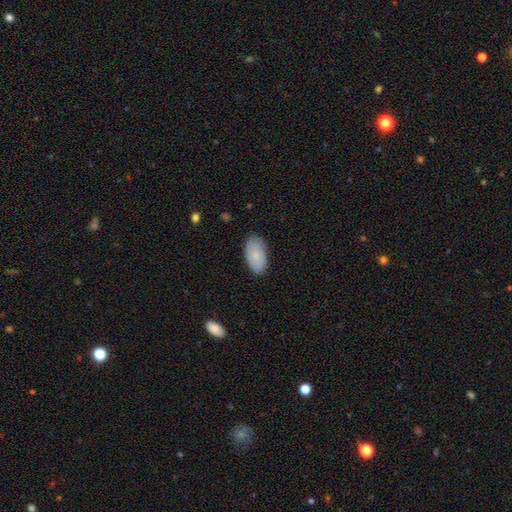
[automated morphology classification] Smooth or featured? smooth (79%)
How rounded? in between (95%)
Merging? none (83%)